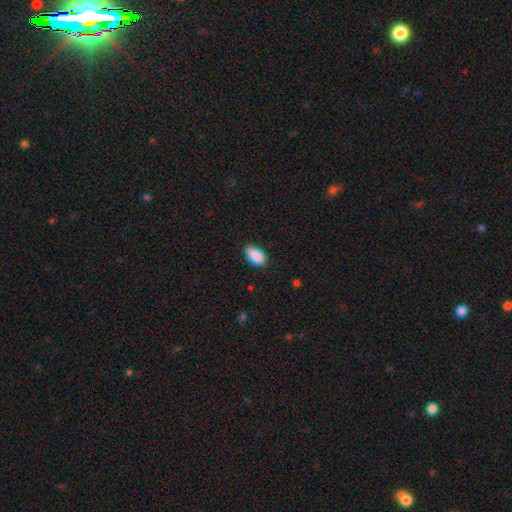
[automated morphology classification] This is clearly a smooth galaxy (89%). How rounded: clearly in between (93%). Merging: clearly none (84%).